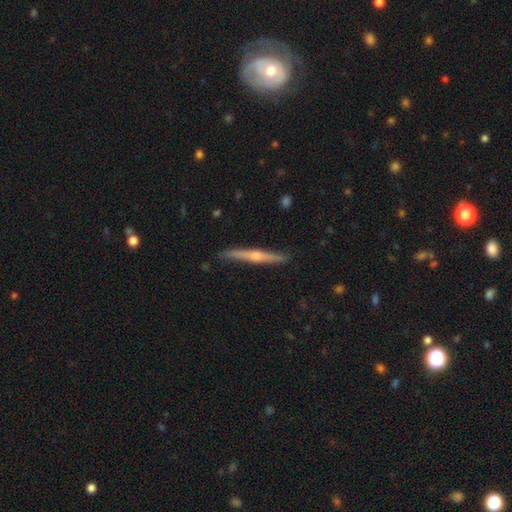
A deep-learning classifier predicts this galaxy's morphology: A featured or disk galaxy (64%) viewed edge-on (98%) with a rounded central bulge (76%). Merging: none (88%).